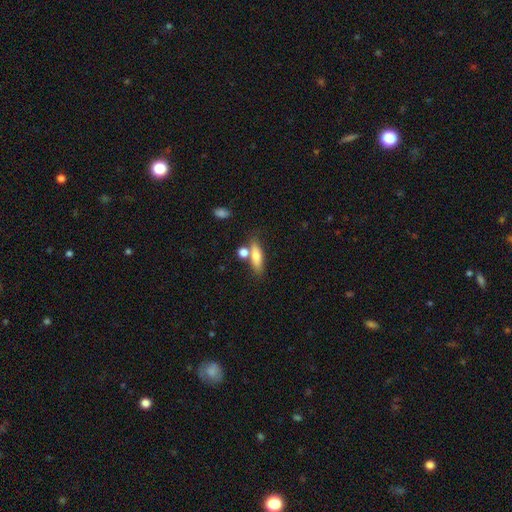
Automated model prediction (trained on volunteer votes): This is likely a smooth galaxy (73%). How rounded: possibly in between (48%). Merging: possibly none (59%).